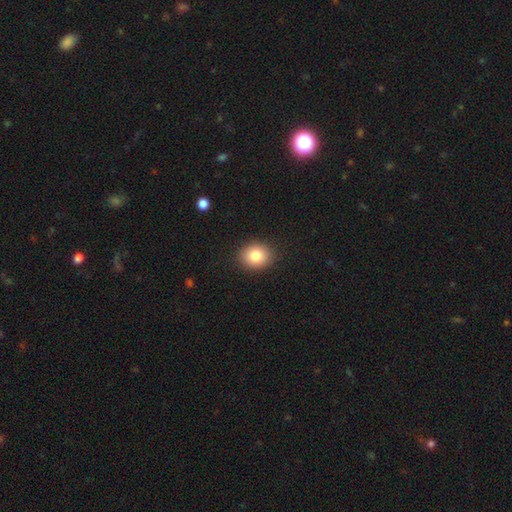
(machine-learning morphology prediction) Q: Smooth or featured?
A: smooth (83%); runner-up: star or artifact (9%)
Q: How rounded?
A: round (64%); runner-up: in between (35%)
Q: Merging?
A: none (90%); runner-up: minor disturbance (7%)